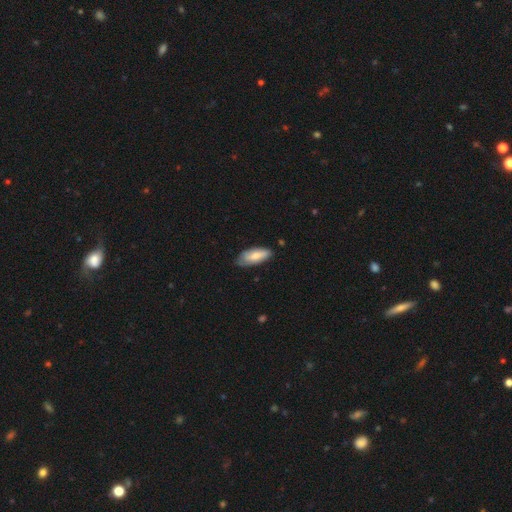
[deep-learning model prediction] Morphology: type=smooth (75%); roundness=in between (80%); merging=none (67%).